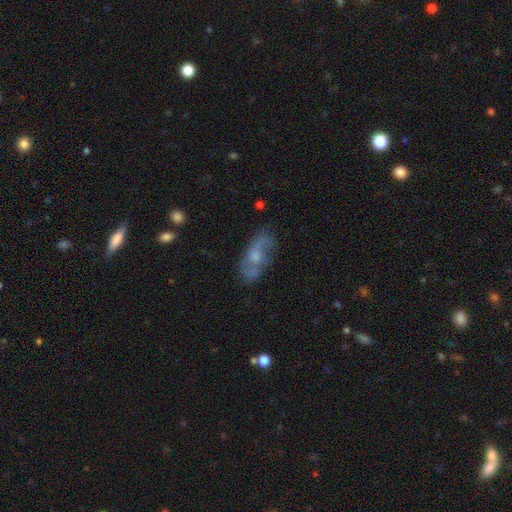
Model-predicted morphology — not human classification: featured or disk 64%, smooth 28%, star or artifact 8%. Down the decision tree: edge-on disk — no (87%); bar — no (63%); spiral arms — yes (80%); bulge size — moderate (50%); merging — none (73%).